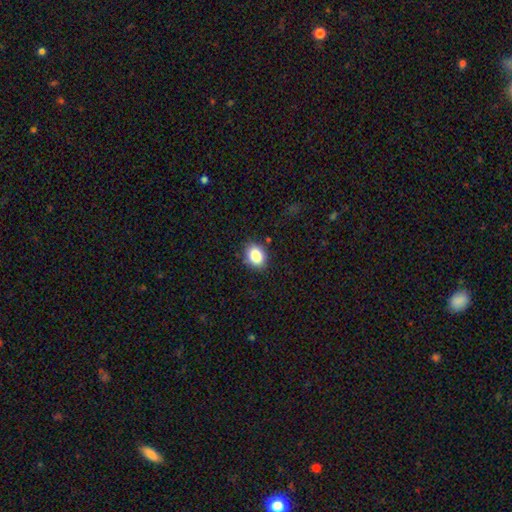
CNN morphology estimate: Smooth or featured?
  - smooth: 85% *
  - star or artifact: 9%
  - featured or disk: 6%
How rounded?
  - in between: 62% *
  - round: 37%
  - cigar-shaped: 1%
Merging?
  - none: 85% *
  - minor disturbance: 11%
  - major disturbance: 3%
  - merger: 1%